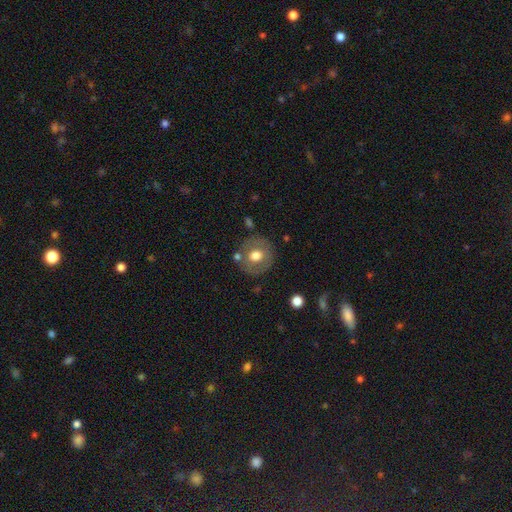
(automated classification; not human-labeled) This appears to be a smooth galaxy with no disk features (58%) that is round (90%). Merging: none (79%).